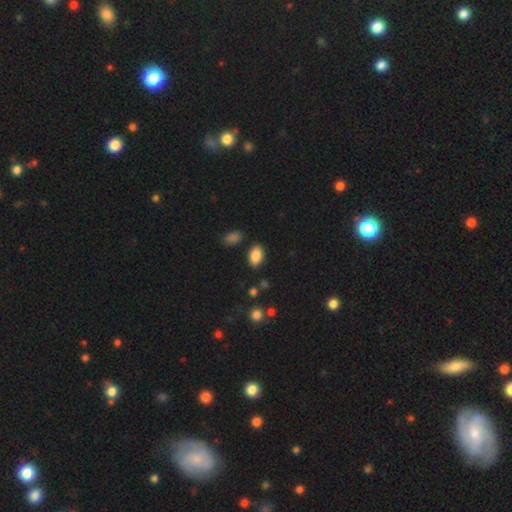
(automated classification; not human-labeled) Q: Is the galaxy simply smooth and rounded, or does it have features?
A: smooth — 87%.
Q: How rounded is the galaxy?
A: in between — 91%.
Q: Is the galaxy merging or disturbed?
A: none — 84%.